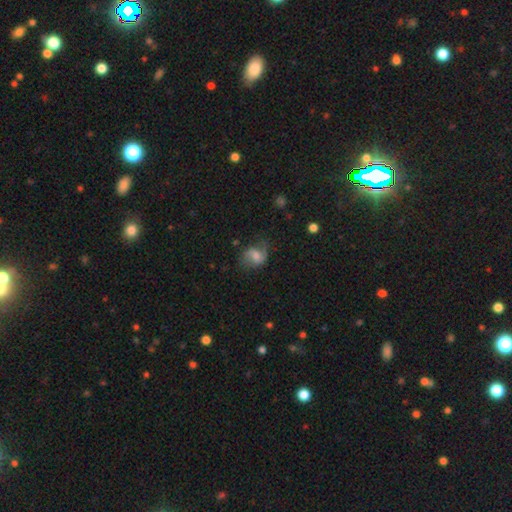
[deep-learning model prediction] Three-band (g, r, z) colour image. It shows a featured or disk galaxy (51%). Merging: none (53%).